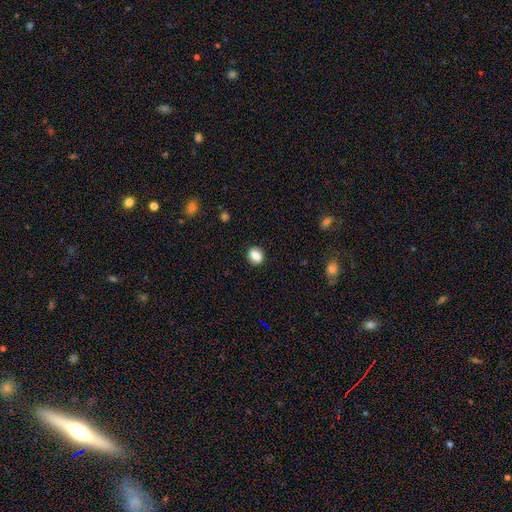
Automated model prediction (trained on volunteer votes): The model was most divided on "how rounded": round: 59%, in between: 39%, cigar-shaped: 1%. More confident: merging — none (89%); smooth or featured — smooth (84%).